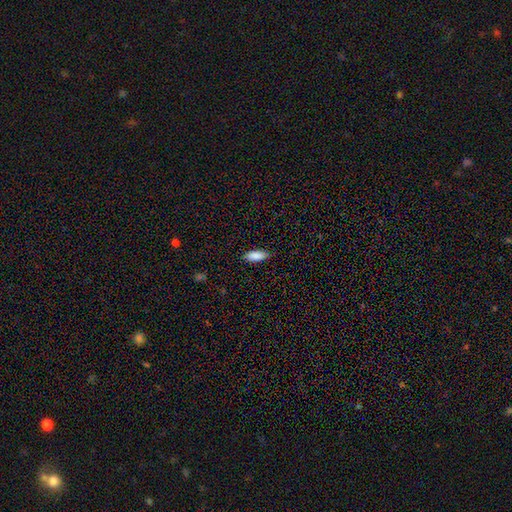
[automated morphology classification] type=smooth (88%); roundness=in between (77%); merging=none (85%).